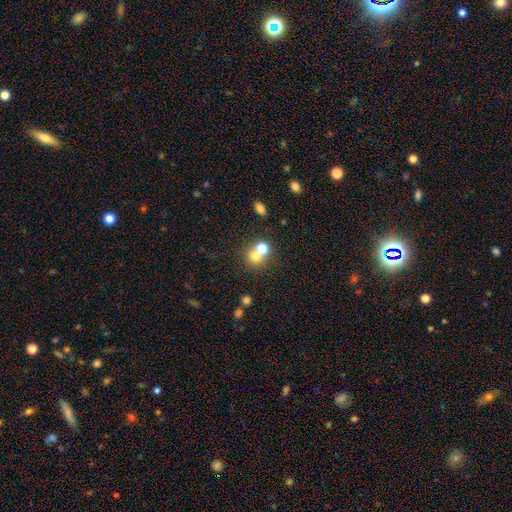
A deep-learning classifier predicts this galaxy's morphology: Smooth or featured? smooth (69%)
How rounded? round (80%)
Merging? merger (52%)